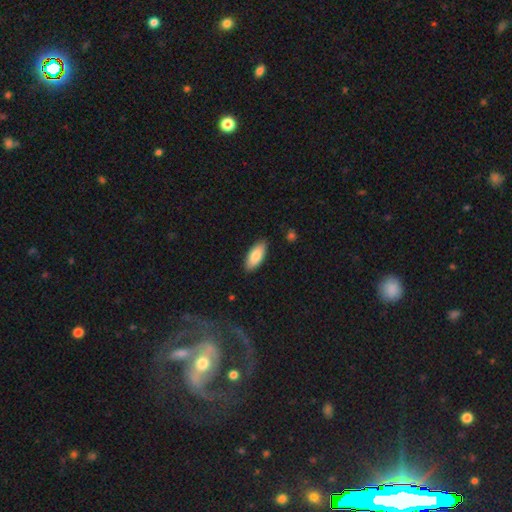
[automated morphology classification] This appears to be a smooth galaxy with no disk features (83%) that is in between round and cigar-shaped (84%). Merging: none (88%).